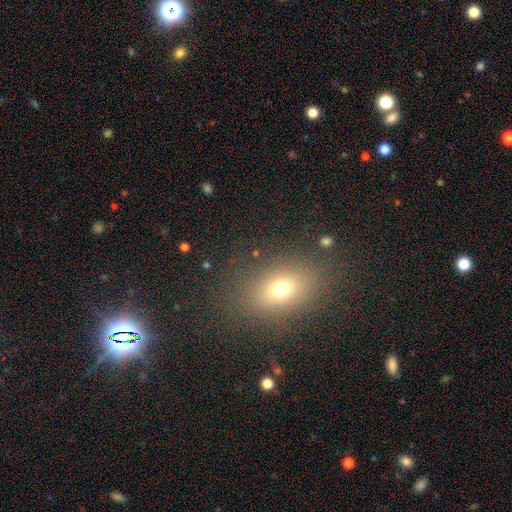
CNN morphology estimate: Q: Smooth or featured?
A: smooth (63%); runner-up: star or artifact (23%)
Q: How rounded?
A: in between (72%); runner-up: round (25%)
Q: Merging?
A: none (85%); runner-up: minor disturbance (9%)